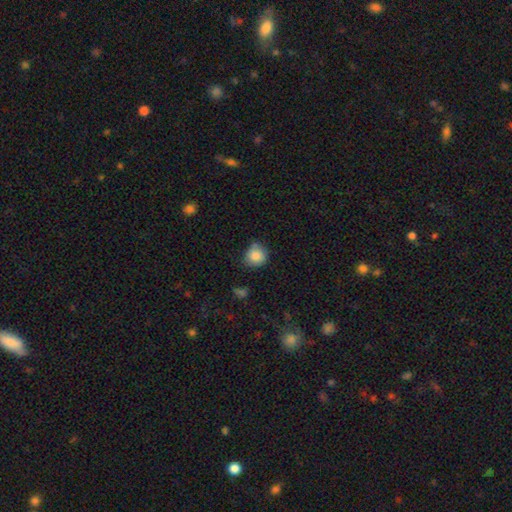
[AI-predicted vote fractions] Smooth or featured?
  - smooth: 85% *
  - star or artifact: 10%
  - featured or disk: 6%
How rounded?
  - round: 86% *
  - in between: 13%
  - cigar-shaped: 1%
Merging?
  - none: 65% *
  - minor disturbance: 24%
  - merger: 6%
  - major disturbance: 5%